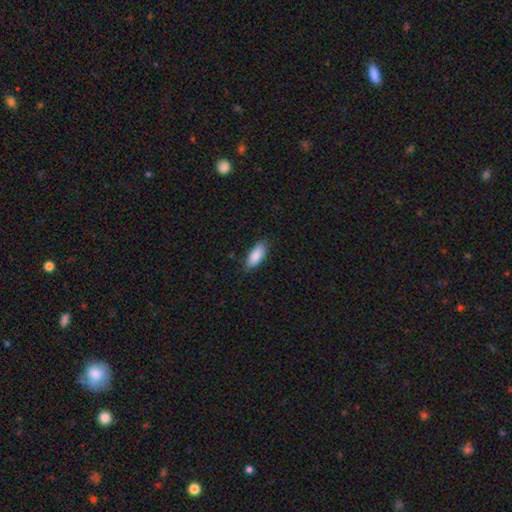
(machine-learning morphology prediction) Overall: smooth (87%). How rounded: in between (77%). Merging: none (83%).